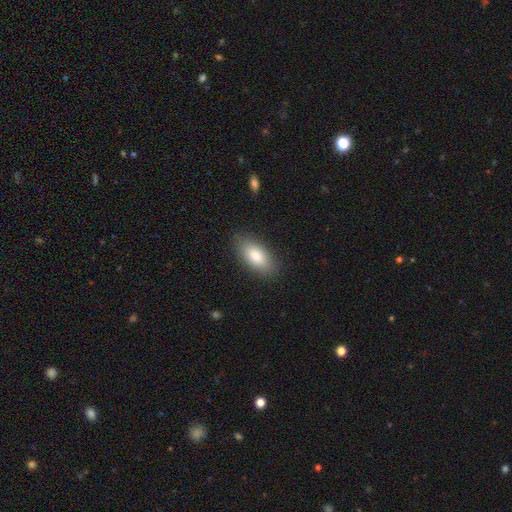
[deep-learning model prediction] Smooth or featured: smooth — 82% (featured or disk — 11%)
How rounded: in between — 88% (cigar-shaped — 8%)
Merging: none — 87% (minor disturbance — 10%)